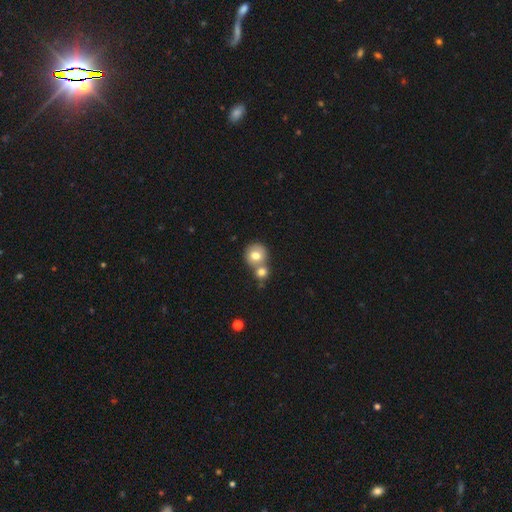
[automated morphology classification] A smooth galaxy with no disk features (76%) that is round (86%). Merging: merger (48%).